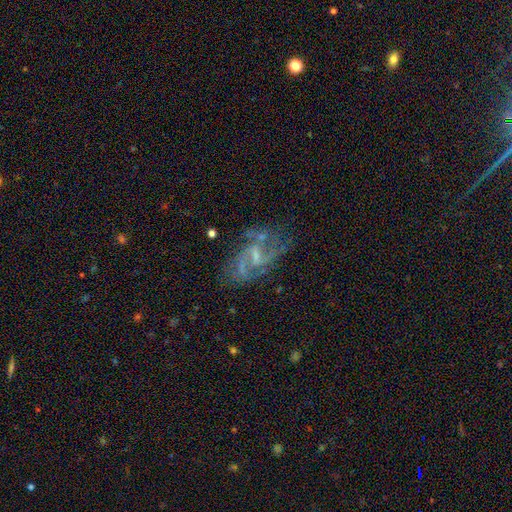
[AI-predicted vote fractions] A featured or disk galaxy (83%) with a weak bar (55%), 2 (66%) medium (50%) spiral arms (93%) and a small central bulge (54%).

Vote fractions:
- Smooth or featured? featured or disk: 83% / star or artifact: 9% / smooth: 8%
- Edge-on disk? no: 96% / yes: 4%
- Bar? weak: 55% / no: 25% / strong: 20%
- Spiral arms? yes: 93% / no: 7%
- Spiral winding? medium: 50% / loose: 32% / tight: 17%
- Spiral arm count? 2: 66% / can't tell: 12% / 3: 11% / 1: 4% / 4: 3% / more than 4: 3%
- Bulge size? small: 54% / moderate: 23% / none: 20% / large: 2% / dominant: 1%
- Merging? none: 62% / minor disturbance: 19% / major disturbance: 15% / merger: 5%